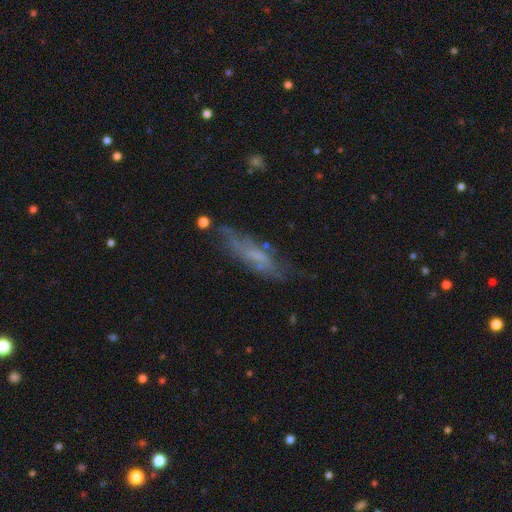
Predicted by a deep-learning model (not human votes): Smooth or featured? featured or disk (48%)
Merging? none (56%)